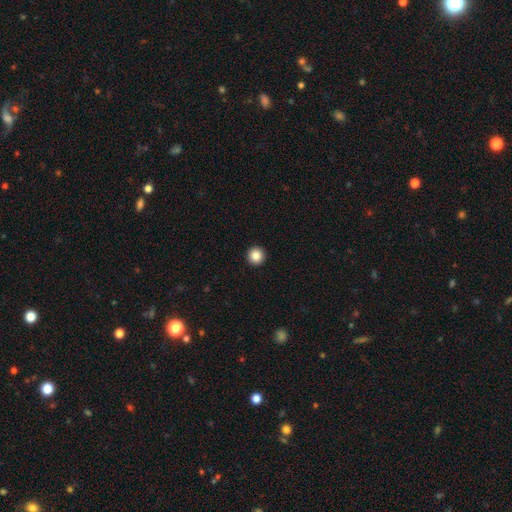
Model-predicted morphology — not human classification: smooth 86%, star or artifact 10%, featured or disk 4%. Down the decision tree: how rounded — round (96%); merging — none (94%).